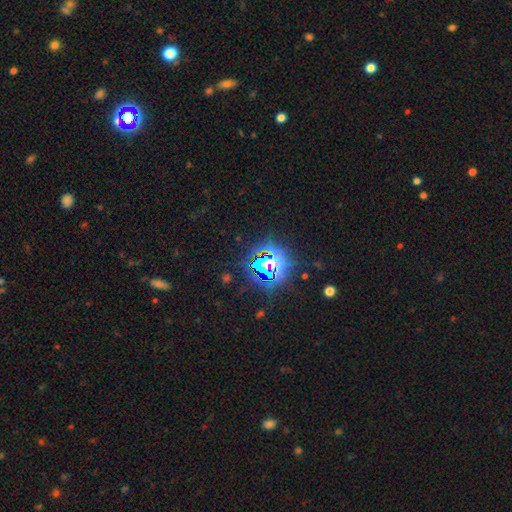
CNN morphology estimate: Smooth or featured: star or artifact — 80% (smooth — 12%)